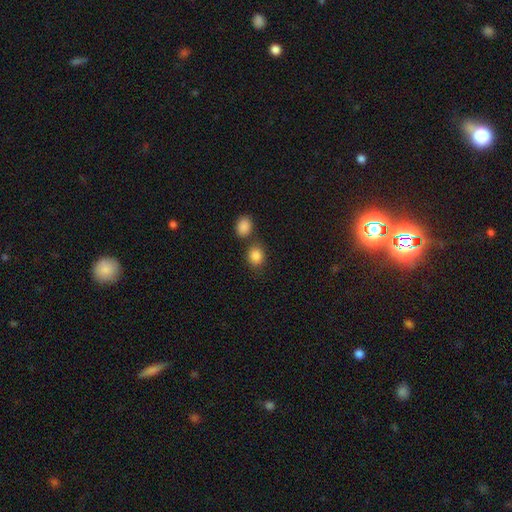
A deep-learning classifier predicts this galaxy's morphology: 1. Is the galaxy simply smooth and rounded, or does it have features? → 86% smooth, 9% star or artifact, 5% featured or disk.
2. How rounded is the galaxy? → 65% round, 34% in between, 1% cigar-shaped.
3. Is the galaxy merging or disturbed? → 65% none, 20% merger, 11% minor disturbance, 4% major disturbance.